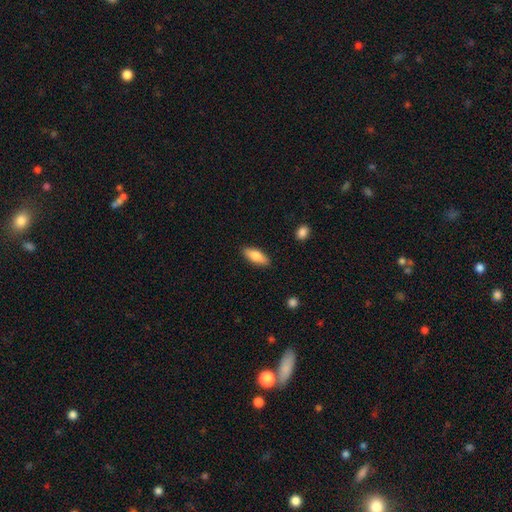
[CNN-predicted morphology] smooth-or-featured: smooth: 77% | featured or disk: 16% | star or artifact: 6%
  how-rounded: in between: 73% | cigar-shaped: 25% | round: 2%
  merging: none: 87% | minor disturbance: 9% | major disturbance: 2% | merger: 1%